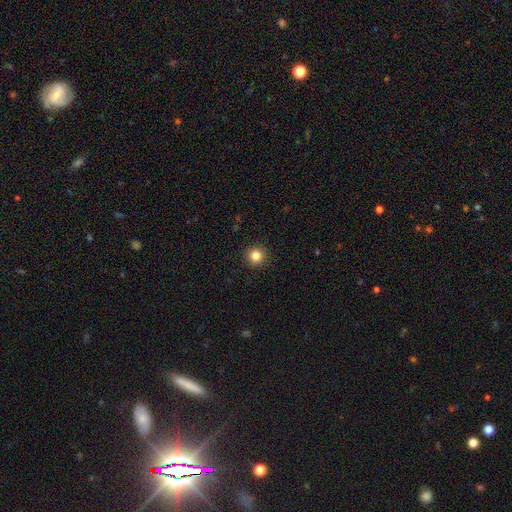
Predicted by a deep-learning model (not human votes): Smooth or featured? smooth (84%)
How rounded? round (95%)
Merging? none (93%)